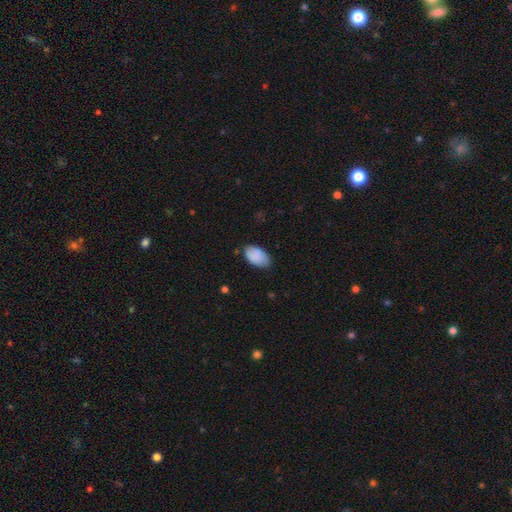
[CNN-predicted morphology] Smooth or featured? smooth (89%)
How rounded? in between (94%)
Merging? none (77%)